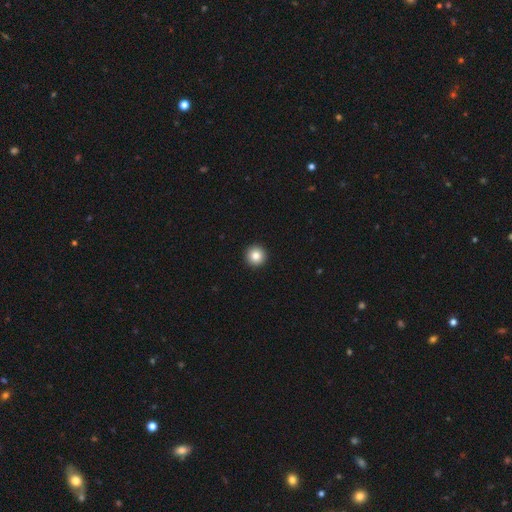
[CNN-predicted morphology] Overall: smooth (85%). How rounded: round (96%). Merging: none (94%).